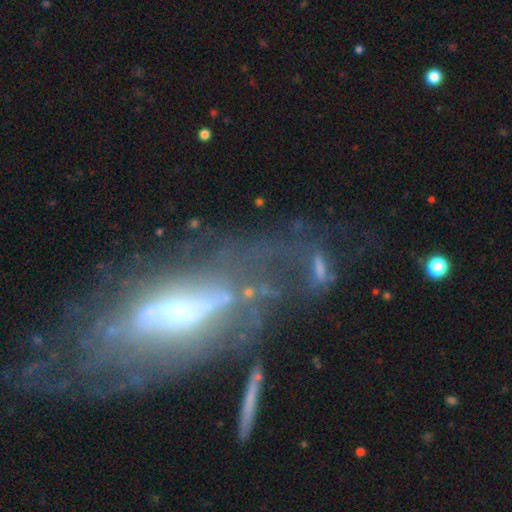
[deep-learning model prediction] A featured or disk galaxy (73%) with no bar (38%), spiral arms (60%) and a moderate central bulge (44%). Merging: none (44%).